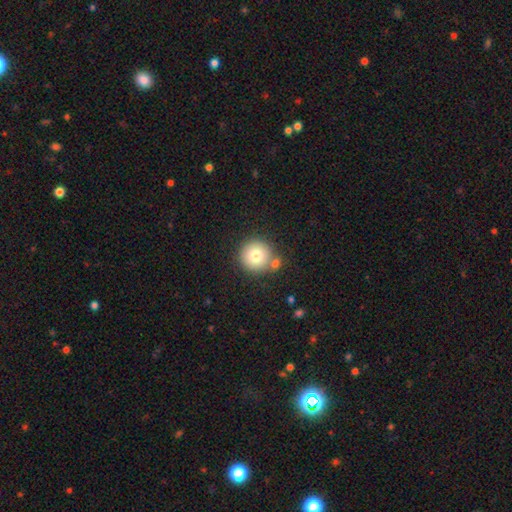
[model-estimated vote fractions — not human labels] Q: Smooth or featured?
A: smooth (77%); runner-up: featured or disk (12%)
Q: How rounded?
A: round (95%); runner-up: in between (4%)
Q: Merging?
A: none (72%); runner-up: merger (16%)